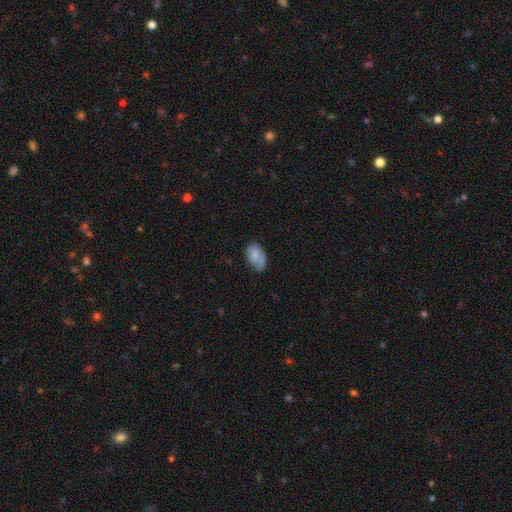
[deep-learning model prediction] Smooth or featured?
  - smooth: 73% *
  - featured or disk: 19%
  - star or artifact: 8%
How rounded?
  - in between: 90% *
  - round: 9%
  - cigar-shaped: 1%
Merging?
  - none: 49% *
  - minor disturbance: 36%
  - major disturbance: 10%
  - merger: 6%